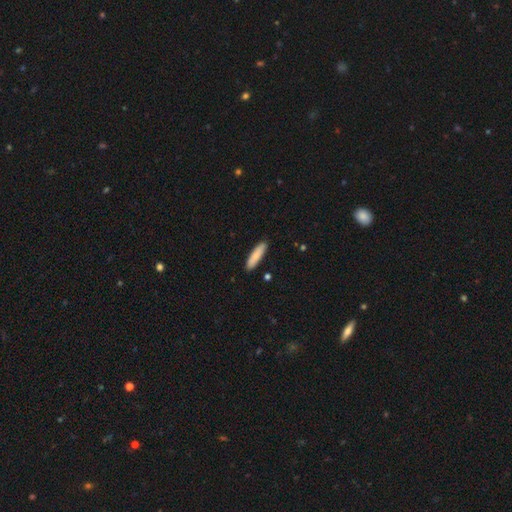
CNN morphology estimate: A smooth galaxy with no disk features (83%) that is cigar-shaped (78%).

Vote fractions:
- Smooth or featured? smooth: 83% / featured or disk: 11% / star or artifact: 6%
- How rounded? cigar-shaped: 78% / in between: 21% / round: 1%
- Merging? none: 89% / minor disturbance: 8% / major disturbance: 1% / merger: 1%